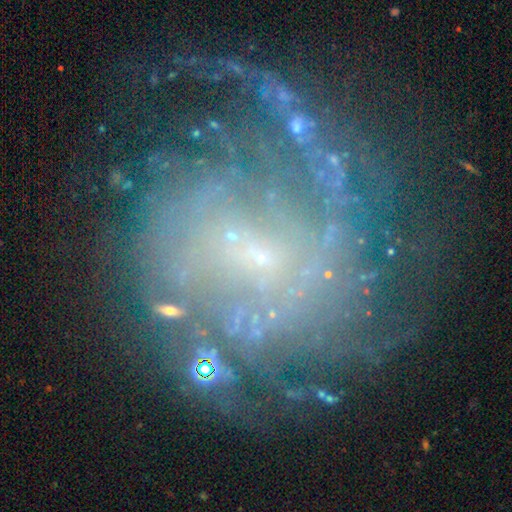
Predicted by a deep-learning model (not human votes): The model was most divided on "spiral arm count": can't tell: 30%, 2: 26%, 3: 15%, 4: 11%, more than 4: 9%, 1: 9%. Remaining: edge-on disk — no (98%); spiral arms — yes (91%); smooth or featured — featured or disk (82%); bulge size — small (77%); merging — none (60%); bar — no (55%); spiral winding — tight (44%).